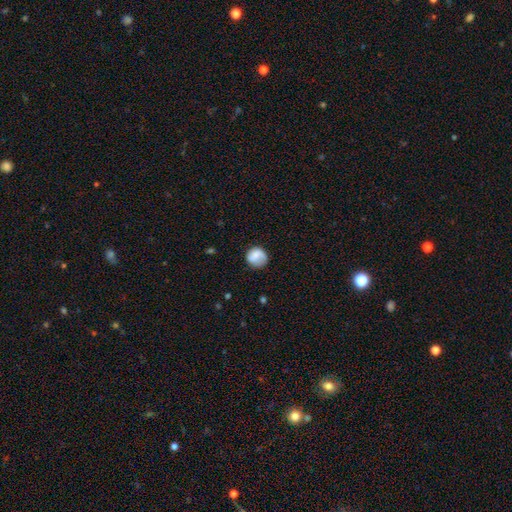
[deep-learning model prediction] This appears to be a smooth galaxy with no disk features (71%) that is round (84%). Merging: none (65%).